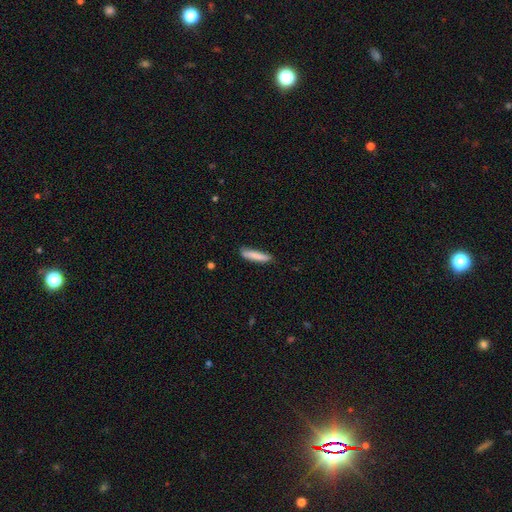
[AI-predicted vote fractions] smooth 82%, featured or disk 13%, star or artifact 6%. Down the decision tree: how rounded — cigar-shaped (88%); merging — none (83%).